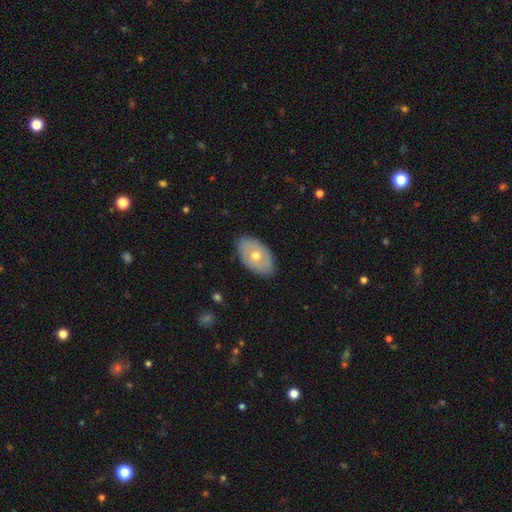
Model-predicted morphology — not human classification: smooth_or_featured: smooth (p=0.48) [alt: featured or disk p=0.46]
merging: none (p=0.85) [alt: minor disturbance p=0.11]